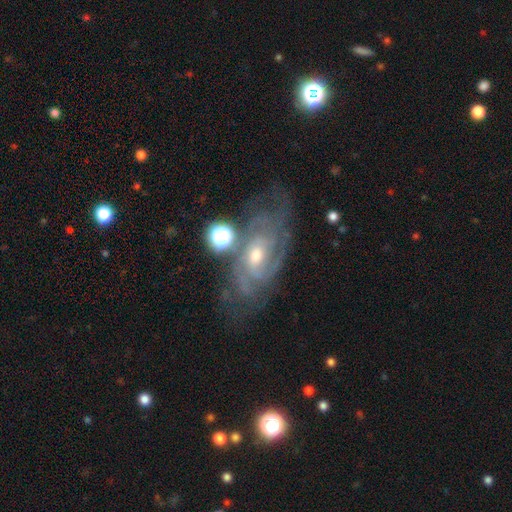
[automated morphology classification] This is clearly a featured or disk galaxy (85%). It is clearly not viewed edge-on (94%). Bar: possibly no (59%). Spiral arm pattern: clearly yes (95%). Spiral arm count: marginally can't tell (38%). Spiral winding: likely tight (68%). Central bulge: possibly moderate (53%). Merging: likely none (67%).